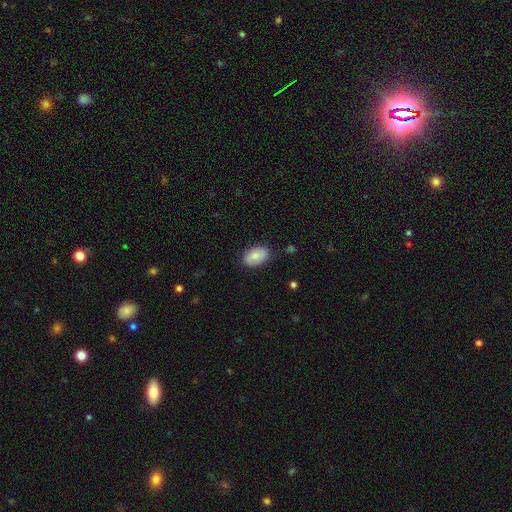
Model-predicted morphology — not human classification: The model was most divided on "smooth or featured": smooth: 78%, featured or disk: 15%, star or artifact: 7%. More confident: how rounded — in between (91%); merging — none (82%).